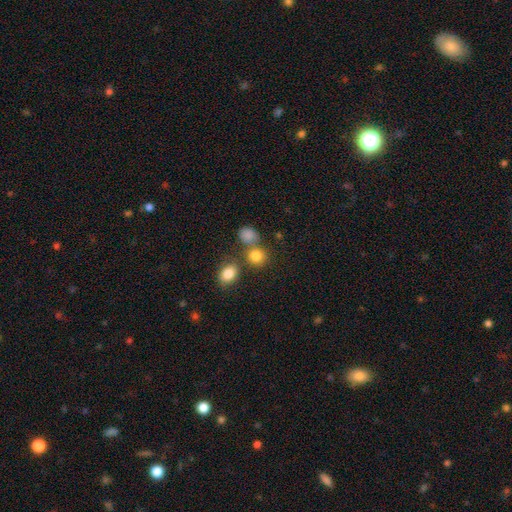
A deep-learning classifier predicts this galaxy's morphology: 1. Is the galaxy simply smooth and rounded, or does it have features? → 82% smooth, 12% star or artifact, 6% featured or disk.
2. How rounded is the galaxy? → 78% round, 21% in between, 1% cigar-shaped.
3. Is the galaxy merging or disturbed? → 61% none, 25% merger, 9% minor disturbance, 4% major disturbance.